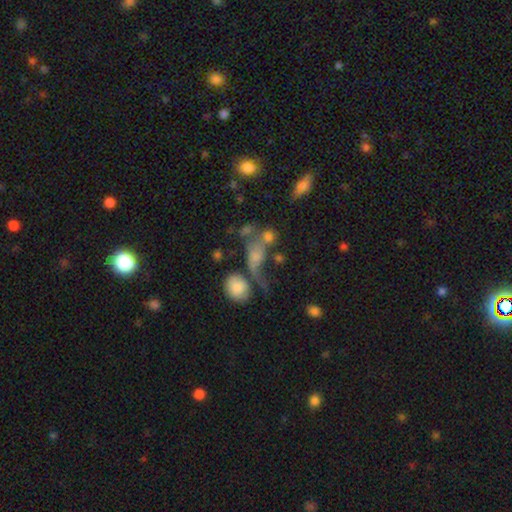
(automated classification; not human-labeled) A smooth galaxy with no disk features (54%) that is in between round and cigar-shaped (66%). Merging: merger (32%).